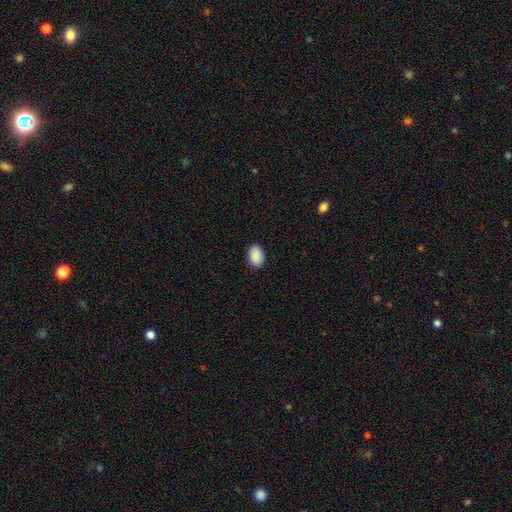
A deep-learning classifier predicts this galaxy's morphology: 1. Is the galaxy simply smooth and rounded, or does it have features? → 91% smooth, 7% star or artifact, 3% featured or disk.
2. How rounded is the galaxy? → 86% in between, 13% round, 1% cigar-shaped.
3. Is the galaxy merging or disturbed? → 88% none, 9% minor disturbance, 2% major disturbance, 1% merger.